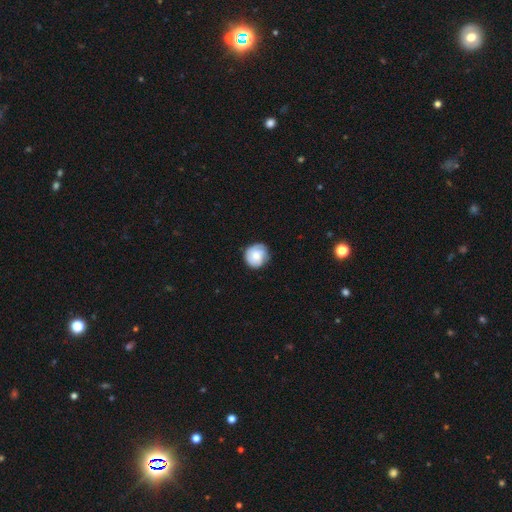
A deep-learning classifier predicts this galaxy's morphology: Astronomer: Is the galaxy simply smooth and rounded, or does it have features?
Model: smooth — 63%.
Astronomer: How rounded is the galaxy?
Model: round — 89%.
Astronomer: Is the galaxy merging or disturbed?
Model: none — 75%.